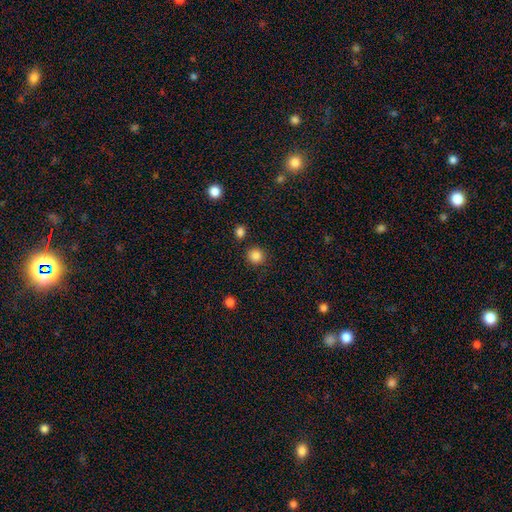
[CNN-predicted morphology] Smooth or featured?
  - smooth: 85% *
  - star or artifact: 11%
  - featured or disk: 3%
How rounded?
  - round: 93% *
  - in between: 6%
  - cigar-shaped: 1%
Merging?
  - none: 87% *
  - minor disturbance: 6%
  - merger: 4%
  - major disturbance: 2%